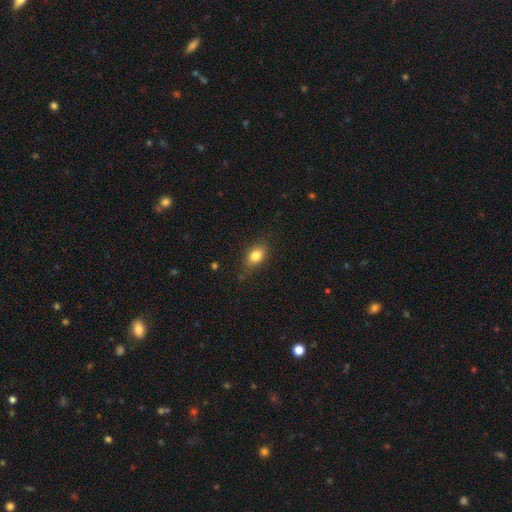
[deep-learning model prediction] Morphology: type=smooth (82%); roundness=in between (81%); merging=none (76%).